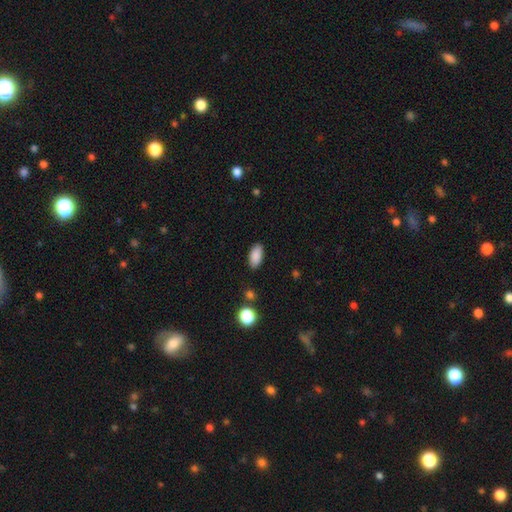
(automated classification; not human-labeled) Smooth or featured?
  - smooth: 88% *
  - star or artifact: 7%
  - featured or disk: 4%
How rounded?
  - in between: 91% *
  - cigar-shaped: 6%
  - round: 3%
Merging?
  - none: 86% *
  - minor disturbance: 10%
  - major disturbance: 2%
  - merger: 2%